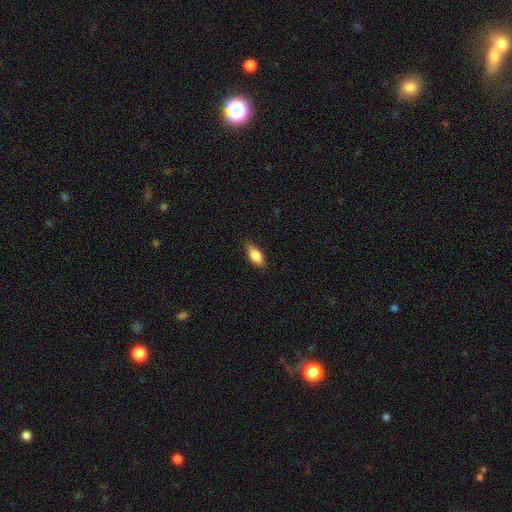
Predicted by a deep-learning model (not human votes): The model was most divided on "merging": none: 75%, minor disturbance: 20%, major disturbance: 3%, merger: 1%. More confident: how rounded — in between (84%); smooth or featured — smooth (81%).